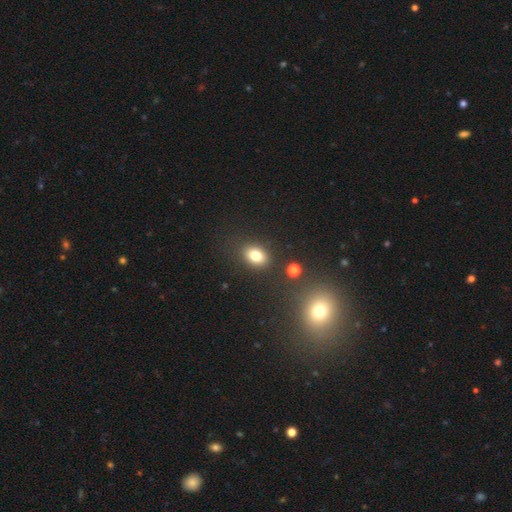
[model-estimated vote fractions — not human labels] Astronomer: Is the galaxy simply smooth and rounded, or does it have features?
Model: smooth — 79%.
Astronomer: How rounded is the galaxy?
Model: in between — 71%.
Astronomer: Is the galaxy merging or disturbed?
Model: none — 85%.